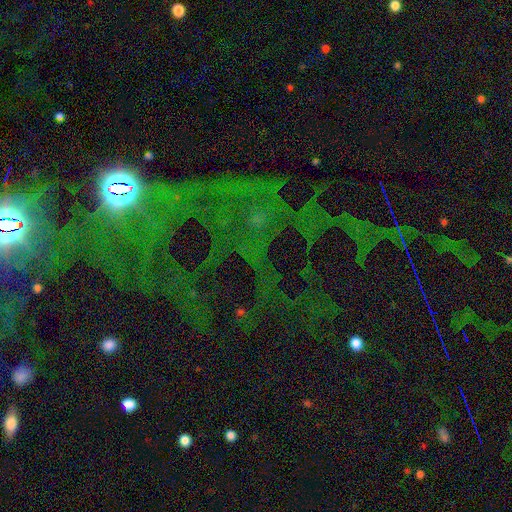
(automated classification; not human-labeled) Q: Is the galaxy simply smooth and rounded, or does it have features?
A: star or artifact — 76%.